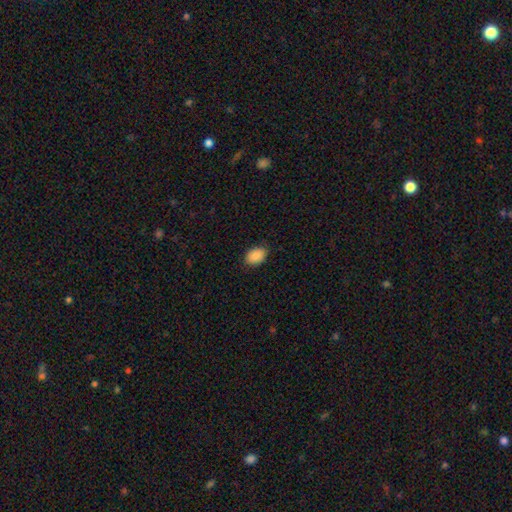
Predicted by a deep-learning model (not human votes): Overall: smooth (89%). How rounded: in between (80%). Merging: none (85%).